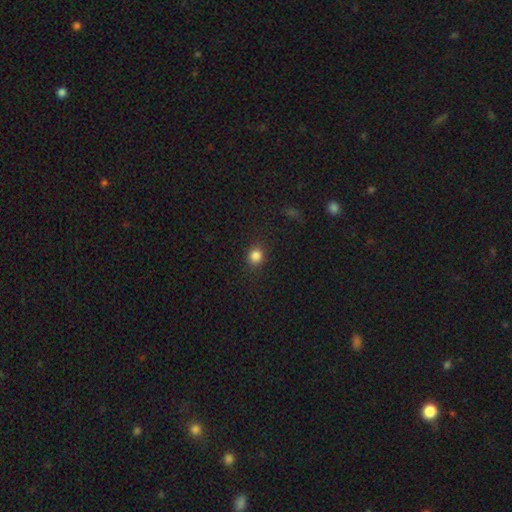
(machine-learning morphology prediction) A smooth galaxy with no disk features (84%) that is round (82%).

Vote fractions:
- Smooth or featured? smooth: 84% / star or artifact: 12% / featured or disk: 4%
- How rounded? round: 82% / in between: 17% / cigar-shaped: 1%
- Merging? none: 88% / minor disturbance: 9% / major disturbance: 3% / merger: 1%